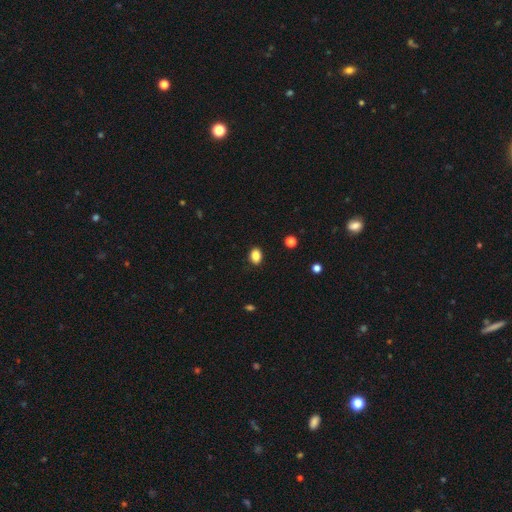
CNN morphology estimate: Smooth or featured?
  - smooth: 87% *
  - star or artifact: 9%
  - featured or disk: 4%
How rounded?
  - in between: 73% *
  - round: 26%
  - cigar-shaped: 1%
Merging?
  - none: 89% *
  - minor disturbance: 8%
  - major disturbance: 2%
  - merger: 1%